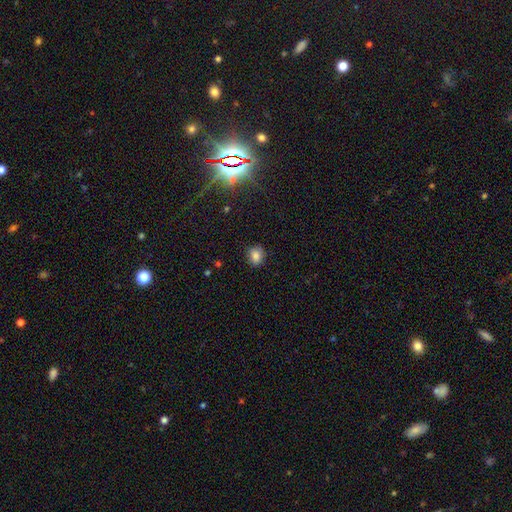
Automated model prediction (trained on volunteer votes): The model was most divided on "how rounded": round: 65%, in between: 34%, cigar-shaped: 1%. More confident: merging — none (85%); smooth or featured — smooth (82%).